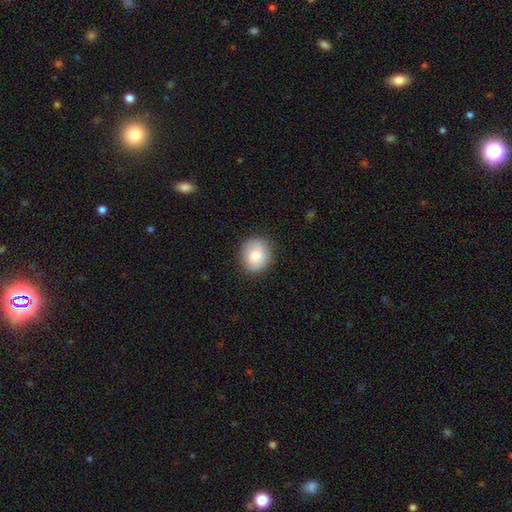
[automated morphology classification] Overall: smooth (80%). How rounded: round (71%). Merging: none (83%).